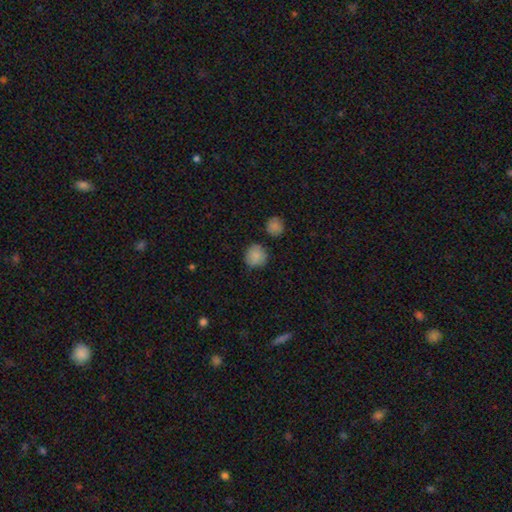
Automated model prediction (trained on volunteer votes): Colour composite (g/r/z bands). It shows a smooth galaxy with no disk features (85%) that is round (90%). Merging: none (78%).